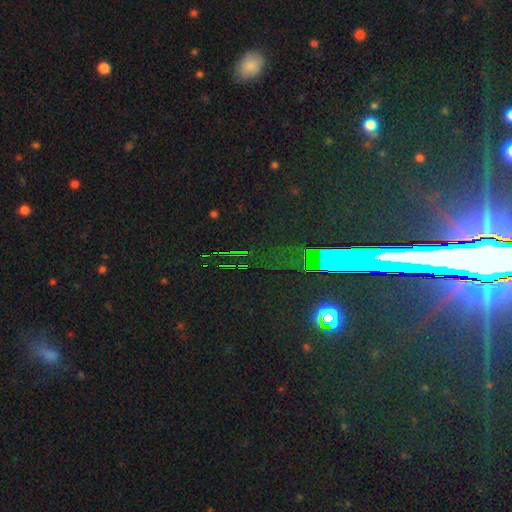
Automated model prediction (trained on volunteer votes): star or artifact 81%, featured or disk 11%, smooth 8%.